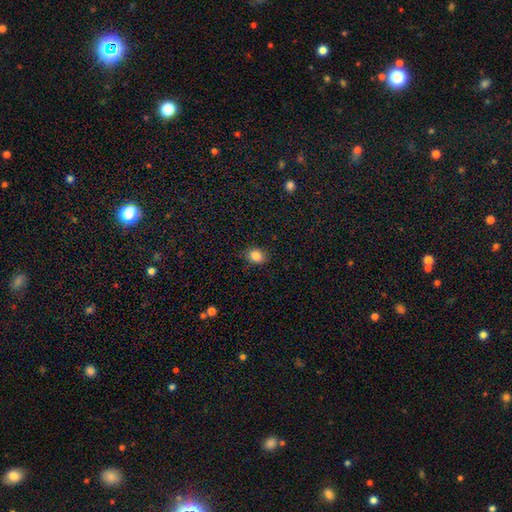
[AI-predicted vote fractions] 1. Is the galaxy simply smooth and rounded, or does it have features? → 85% smooth, 10% star or artifact, 5% featured or disk.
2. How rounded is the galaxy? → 55% in between, 44% round, 1% cigar-shaped.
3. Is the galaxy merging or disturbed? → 85% none, 11% minor disturbance, 3% major disturbance, 1% merger.